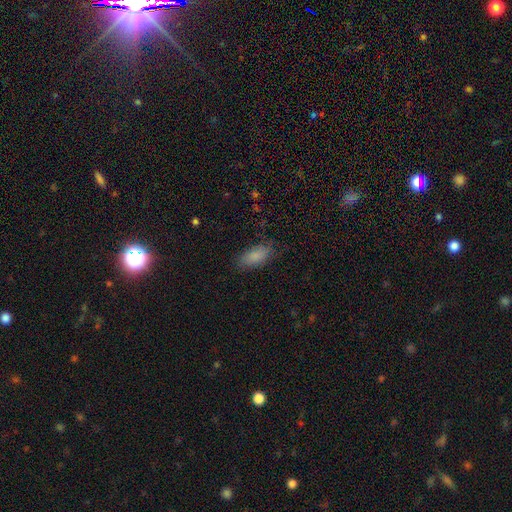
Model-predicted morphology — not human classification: This is clearly a smooth galaxy (85%). How rounded: clearly in between (85%). Merging: likely none (79%).